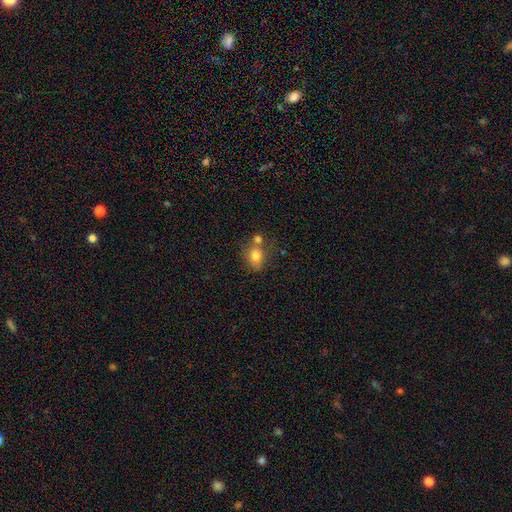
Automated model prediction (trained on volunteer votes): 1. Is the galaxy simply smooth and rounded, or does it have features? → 79% smooth, 11% featured or disk, 10% star or artifact.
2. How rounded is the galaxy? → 55% round, 44% in between, 1% cigar-shaped.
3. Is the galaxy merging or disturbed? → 46% none, 33% merger, 15% minor disturbance, 6% major disturbance.